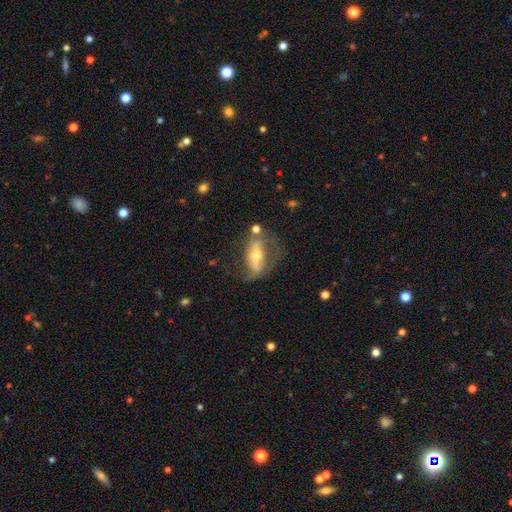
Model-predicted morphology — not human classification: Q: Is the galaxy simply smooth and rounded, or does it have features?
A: featured or disk — 65%.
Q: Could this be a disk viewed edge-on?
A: no — 84%.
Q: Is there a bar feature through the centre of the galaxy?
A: strong — 41%.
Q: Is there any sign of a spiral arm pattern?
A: yes — 61%.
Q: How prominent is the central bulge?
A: moderate — 56%.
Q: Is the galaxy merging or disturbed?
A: none — 44%.